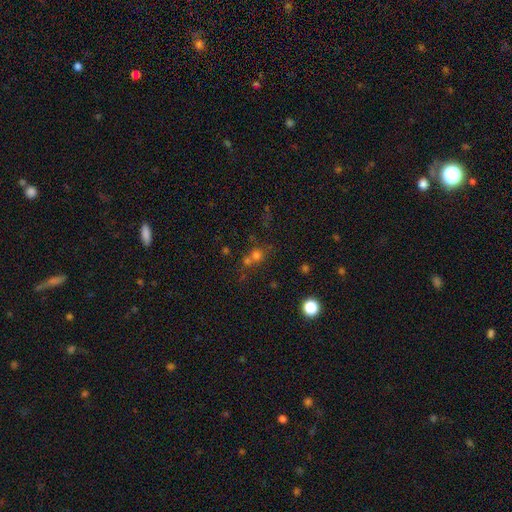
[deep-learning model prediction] Smooth or featured? Predicted: smooth (p=0.55). How rounded? Predicted: round (p=0.84). Merging? Predicted: none (p=0.49).